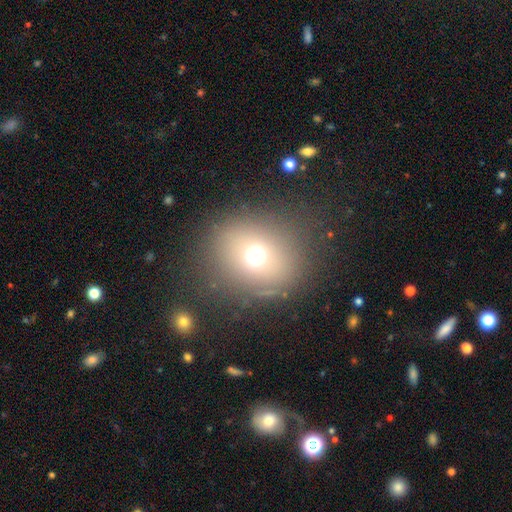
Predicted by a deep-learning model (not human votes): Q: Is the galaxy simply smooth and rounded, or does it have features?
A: smooth — 66%.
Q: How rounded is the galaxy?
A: round — 74%.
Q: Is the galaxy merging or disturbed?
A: none — 83%.